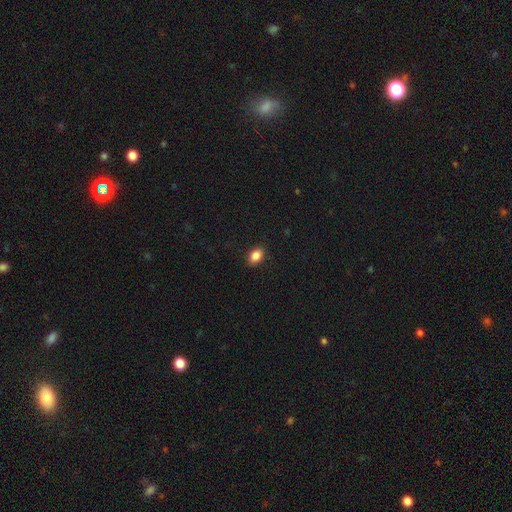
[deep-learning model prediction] A smooth galaxy with no disk features (86%) that is in between round and cigar-shaped (84%).

Vote fractions:
- Smooth or featured? smooth: 86% / star or artifact: 9% / featured or disk: 5%
- How rounded? in between: 84% / round: 15% / cigar-shaped: 2%
- Merging? none: 88% / minor disturbance: 9% / major disturbance: 2% / merger: 1%